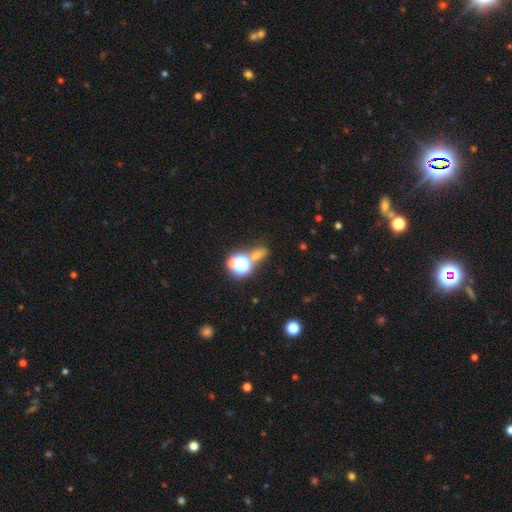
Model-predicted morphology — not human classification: Smooth or featured? Predicted: star or artifact (p=0.47).